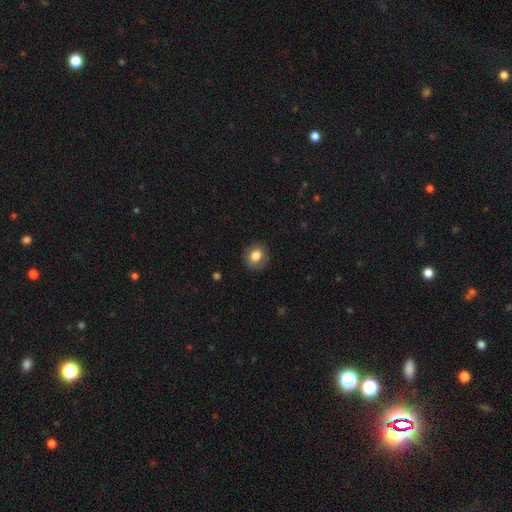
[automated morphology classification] Smooth or featured: smooth — 80% (featured or disk — 12%)
How rounded: round — 74% (in between — 25%)
Merging: none — 86% (minor disturbance — 10%)